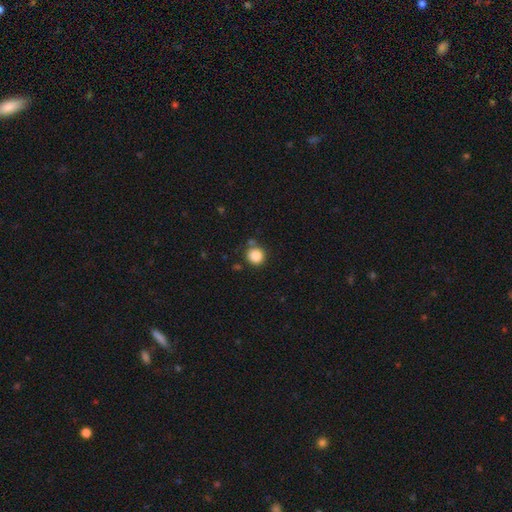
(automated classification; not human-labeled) Smooth or featured: smooth — 86% (star or artifact — 10%)
How rounded: round — 92% (in between — 7%)
Merging: none — 81% (minor disturbance — 10%)